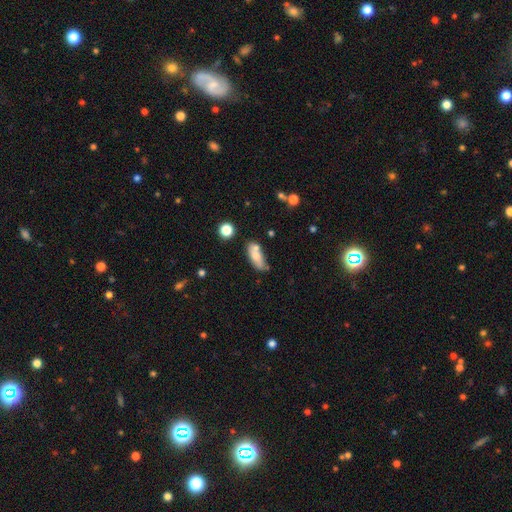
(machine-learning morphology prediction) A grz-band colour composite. It shows a smooth galaxy with no disk features (70%) that is in between round and cigar-shaped (71%). Merging: none (57%).